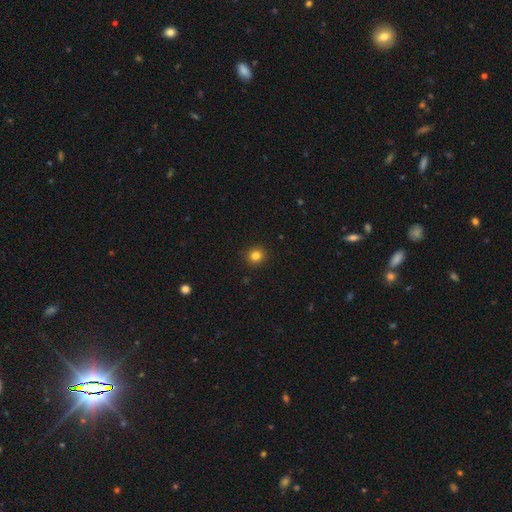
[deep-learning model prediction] Overall: smooth (83%). How rounded: round (87%). Merging: none (91%).